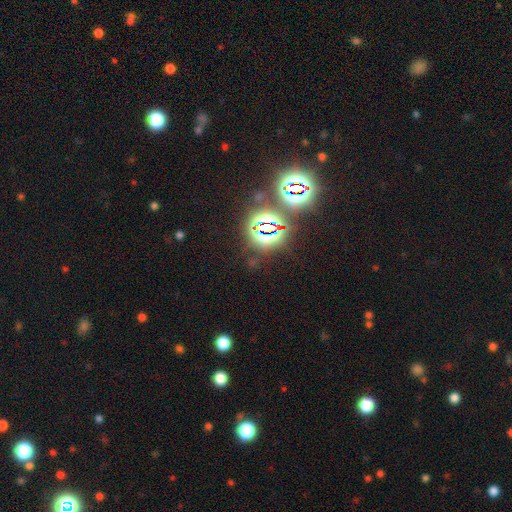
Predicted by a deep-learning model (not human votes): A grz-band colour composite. It shows a star or artifact, not a galaxy (82%).